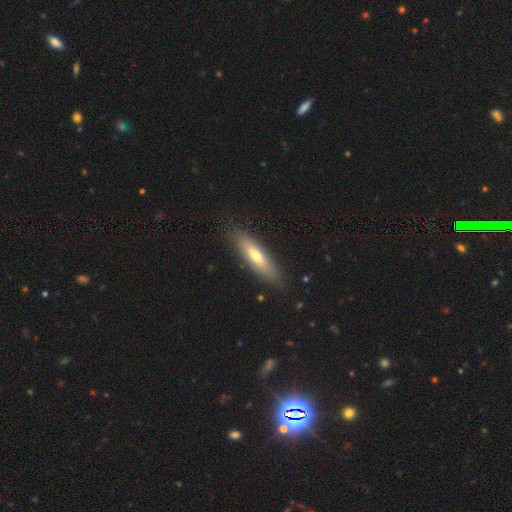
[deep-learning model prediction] Smooth or featured?
  - smooth: 65% *
  - featured or disk: 29%
  - star or artifact: 6%
How rounded?
  - cigar-shaped: 65% *
  - in between: 34%
  - round: 2%
Merging?
  - none: 86% *
  - minor disturbance: 10%
  - major disturbance: 3%
  - merger: 1%